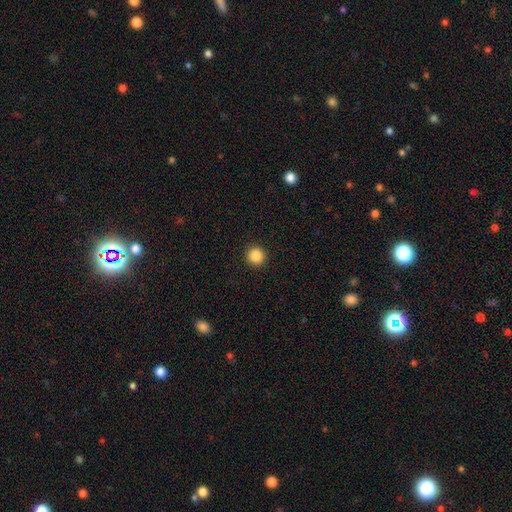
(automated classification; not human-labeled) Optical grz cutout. It shows a smooth galaxy with no disk features (86%) that is round (95%). Merging: none (93%).